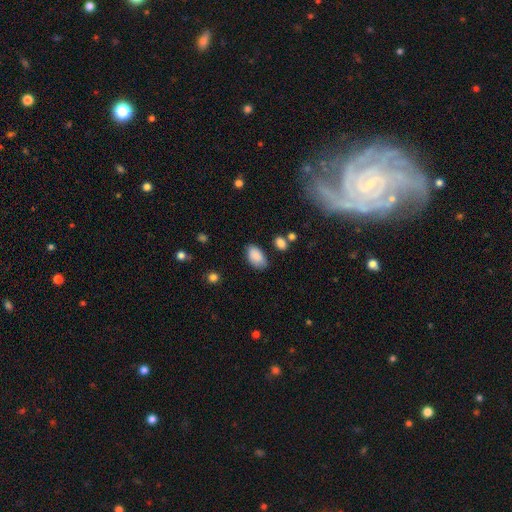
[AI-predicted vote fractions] This appears to be a smooth galaxy with no disk features (88%) that is in between round and cigar-shaped (93%). Merging: none (73%).